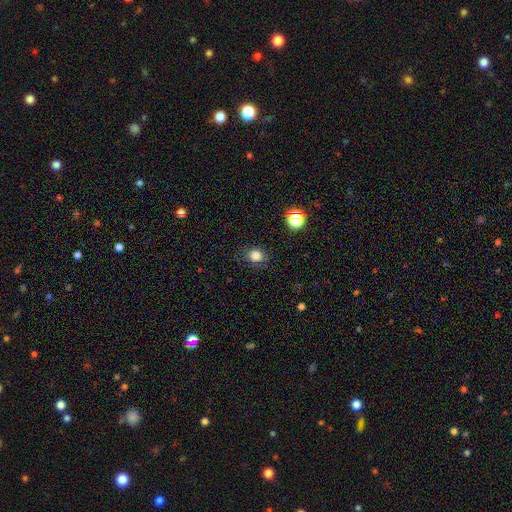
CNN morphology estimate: This appears to be a smooth galaxy with no disk features (80%) that is round (72%). Merging: none (87%).